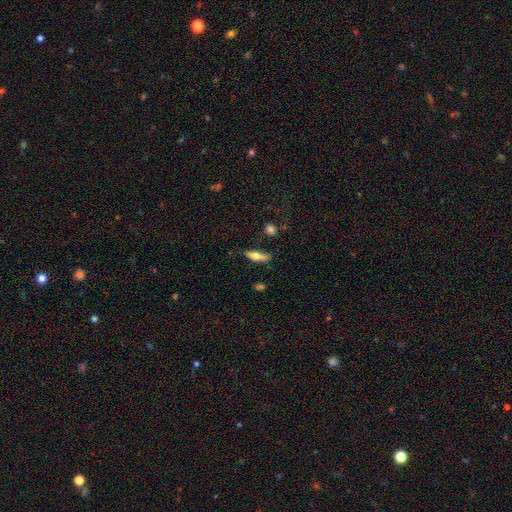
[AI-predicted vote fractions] Smooth or featured: smooth — 63% (featured or disk — 30%)
How rounded: cigar-shaped — 52% (in between — 46%)
Merging: none — 72% (minor disturbance — 19%)